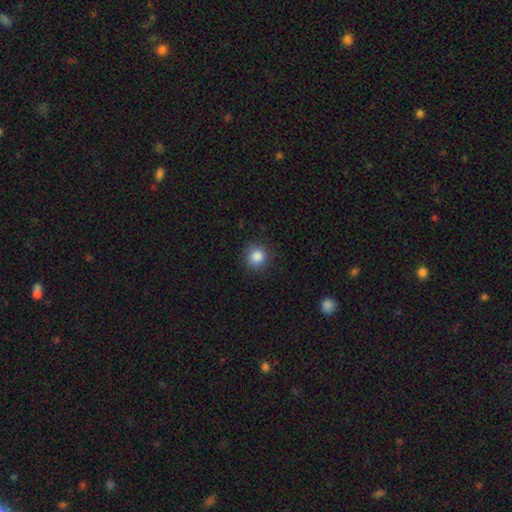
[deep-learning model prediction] smooth_or_featured: smooth (p=0.86) [alt: star or artifact p=0.10]
how_rounded: round (p=0.90) [alt: in between p=0.09]
merging: none (p=0.87) [alt: minor disturbance p=0.09]